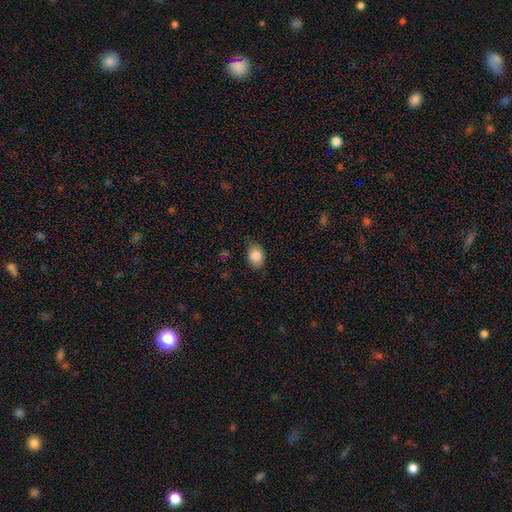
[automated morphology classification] Overall: smooth (86%). How rounded: in between (69%; round 30%). Merging: none (78%).